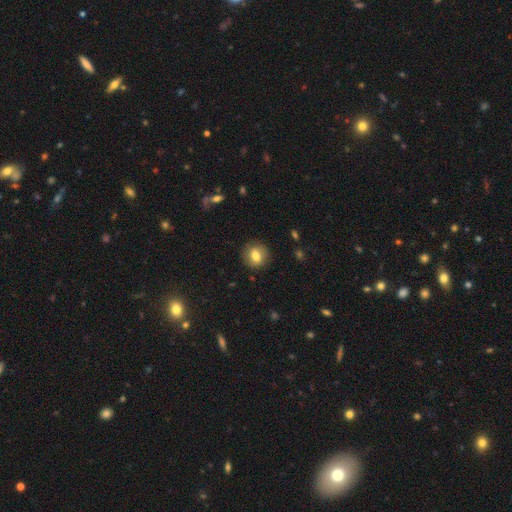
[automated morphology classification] A smooth galaxy with no disk features (76%) that is round (76%). Merging: none (86%).